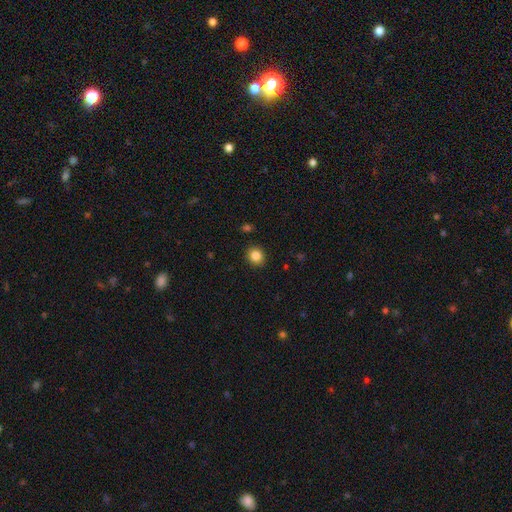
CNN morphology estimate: type=smooth (84%); roundness=round (81%); merging=none (91%).